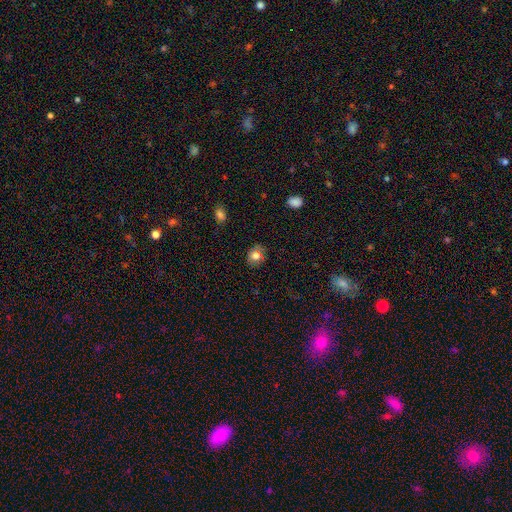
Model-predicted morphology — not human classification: This is likely a smooth galaxy (79%). How rounded: possibly round (57%). Merging: likely none (79%).